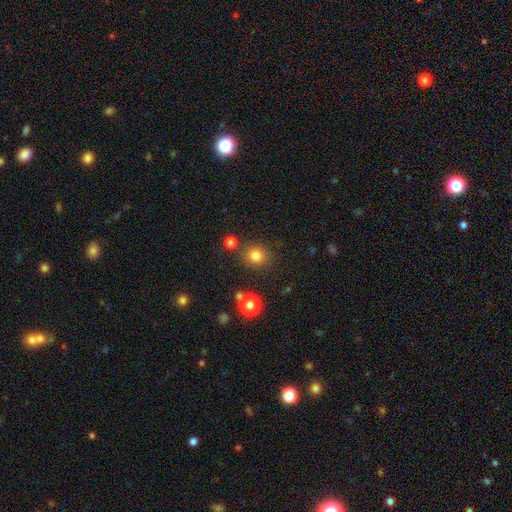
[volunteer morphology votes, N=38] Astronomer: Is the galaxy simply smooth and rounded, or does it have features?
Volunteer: smooth — 95%.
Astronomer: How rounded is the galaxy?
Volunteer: round — 94%.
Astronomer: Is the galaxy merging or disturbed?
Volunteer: none — 89%.